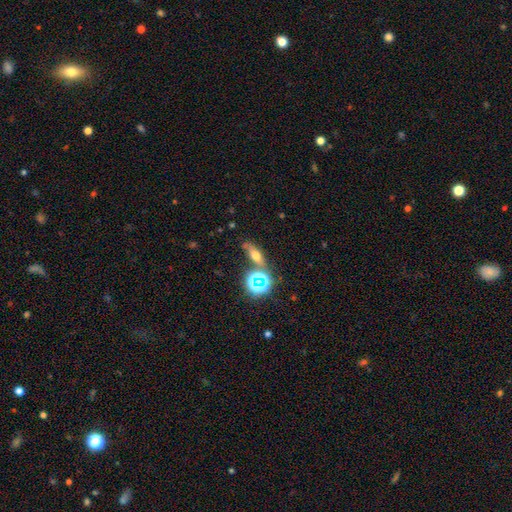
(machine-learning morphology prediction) smooth-or-featured: smooth: 46% | featured or disk: 28% | star or artifact: 26%
  merging: none: 65% | minor disturbance: 15% | merger: 13% | major disturbance: 7%